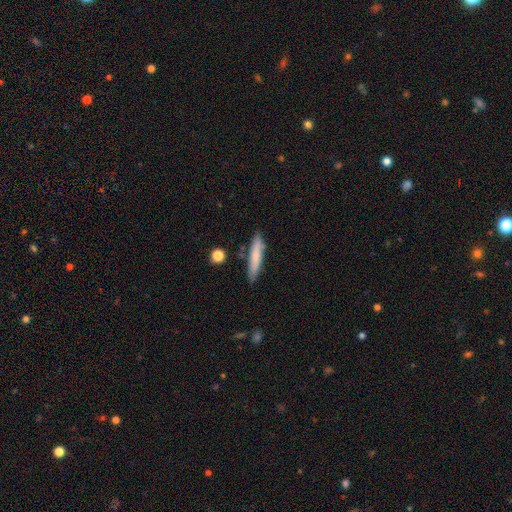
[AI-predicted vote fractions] Smooth or featured? smooth (71%)
How rounded? cigar-shaped (89%)
Merging? none (82%)